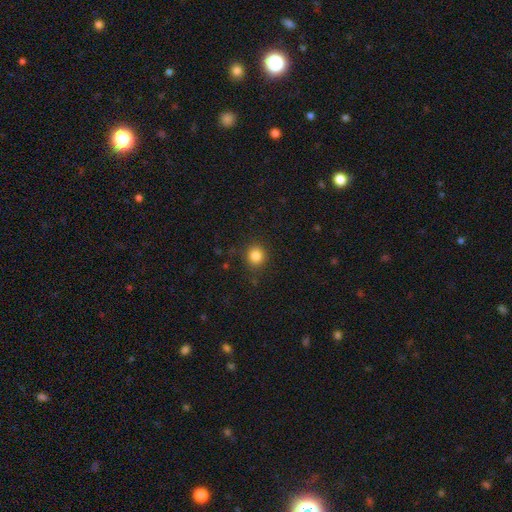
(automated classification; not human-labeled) Smooth or featured?
  - smooth: 84% *
  - star or artifact: 11%
  - featured or disk: 4%
How rounded?
  - round: 88% *
  - in between: 11%
  - cigar-shaped: 1%
Merging?
  - none: 87% *
  - minor disturbance: 8%
  - major disturbance: 3%
  - merger: 1%